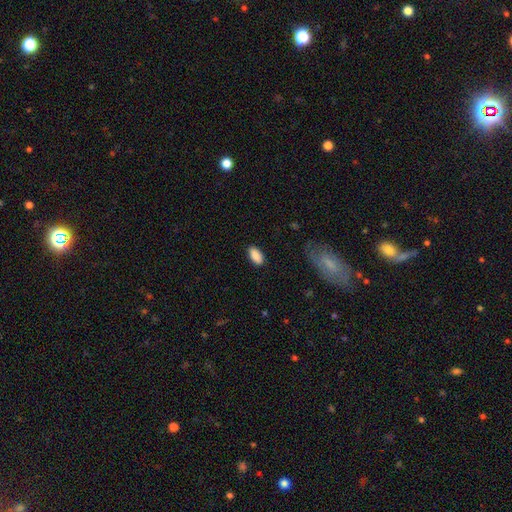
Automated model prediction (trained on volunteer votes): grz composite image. It shows a smooth galaxy with no disk features (88%) that is in between round and cigar-shaped (93%). Merging: none (85%).